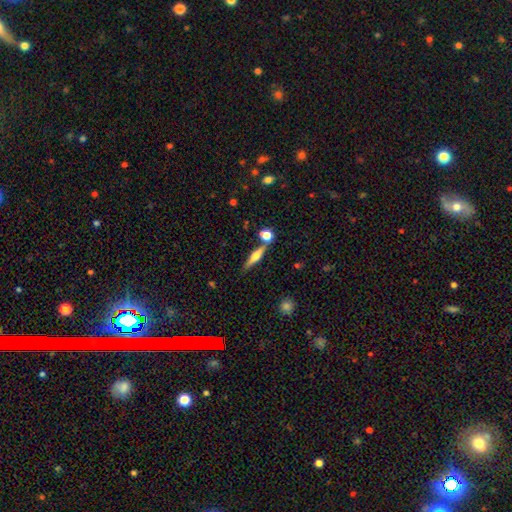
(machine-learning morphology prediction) The model was most divided on "smooth or featured": featured or disk: 53%, smooth: 39%, star or artifact: 8%. More confident: edge-on disk — yes (95%); edge-on bulge — rounded (88%); merging — none (74%).